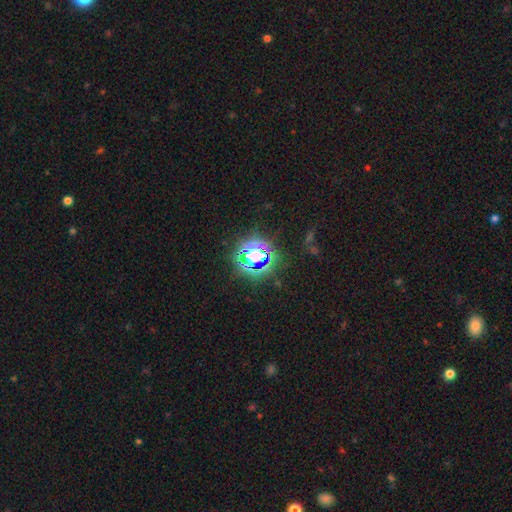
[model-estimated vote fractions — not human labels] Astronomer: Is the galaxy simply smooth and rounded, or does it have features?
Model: star or artifact — 68%.